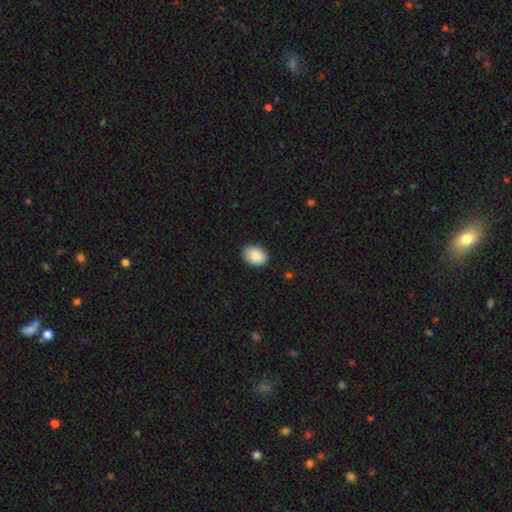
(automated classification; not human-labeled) Overall: smooth (87%). How rounded: in between (64%; round 35%). Merging: none (87%).